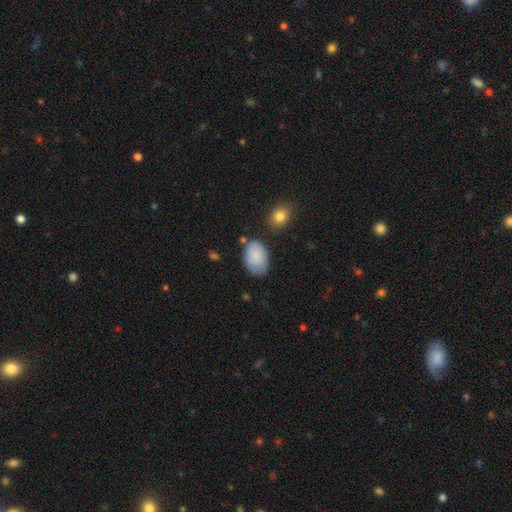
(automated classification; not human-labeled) A smooth galaxy with no disk features (86%) that is in between round and cigar-shaped (89%).

Vote fractions:
- Smooth or featured? smooth: 86% / featured or disk: 8% / star or artifact: 6%
- How rounded? in between: 89% / round: 10% / cigar-shaped: 1%
- Merging? none: 67% / minor disturbance: 23% / major disturbance: 5% / merger: 5%